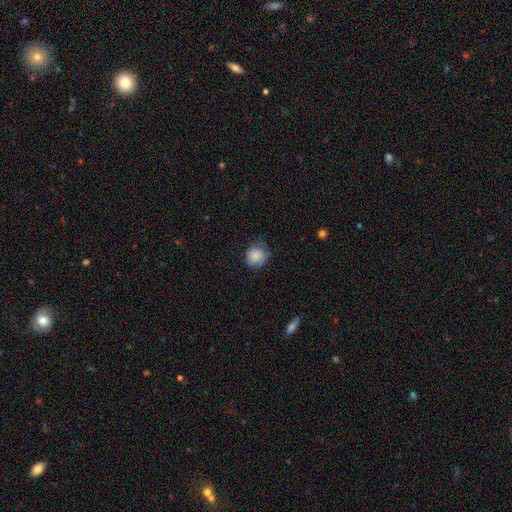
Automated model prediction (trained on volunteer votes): Overall: smooth (84%). How rounded: round (82%). Merging: none (69%).